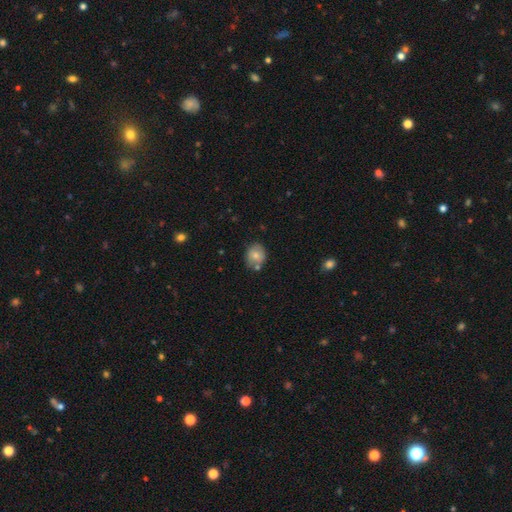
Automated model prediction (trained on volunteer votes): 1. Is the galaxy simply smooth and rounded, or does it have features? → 72% smooth, 19% featured or disk, 9% star or artifact.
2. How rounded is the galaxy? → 63% round, 36% in between, 1% cigar-shaped.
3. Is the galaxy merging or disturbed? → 69% none, 17% minor disturbance, 11% merger, 3% major disturbance.